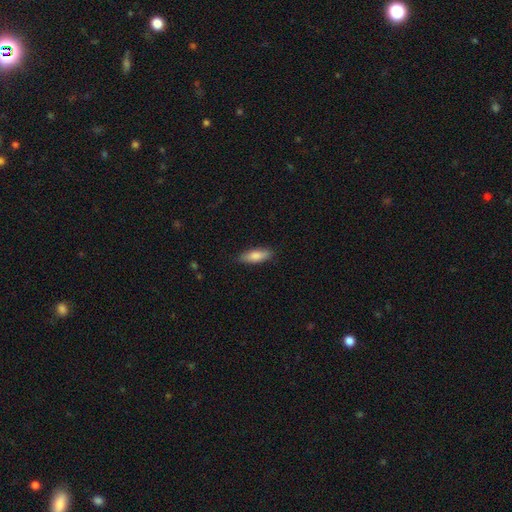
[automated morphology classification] This is clearly a smooth galaxy (80%). How rounded: possibly in between (60%). Merging: clearly none (84%).